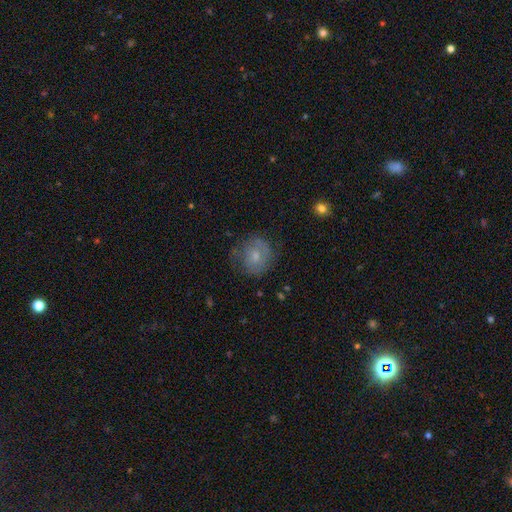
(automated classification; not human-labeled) Smooth or featured? Predicted: smooth (p=0.60). How rounded? Predicted: round (p=0.76). Merging? Predicted: none (p=0.65).